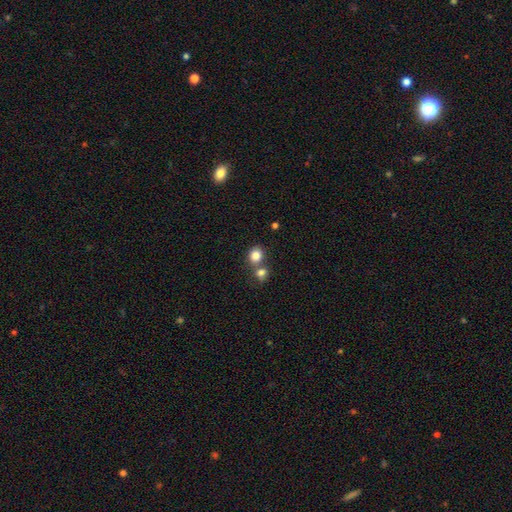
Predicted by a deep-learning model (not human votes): Morphology: type=smooth (82%); roundness=round (71%); merging=none (51%).